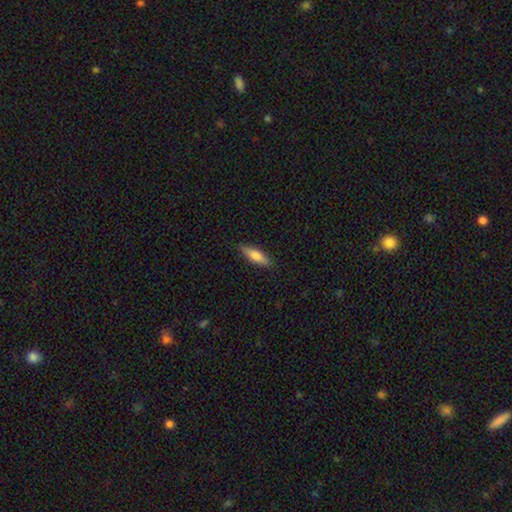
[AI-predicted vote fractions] smooth 71%, featured or disk 23%, star or artifact 6%. Down the decision tree: how rounded — cigar-shaped (58%); merging — none (88%).